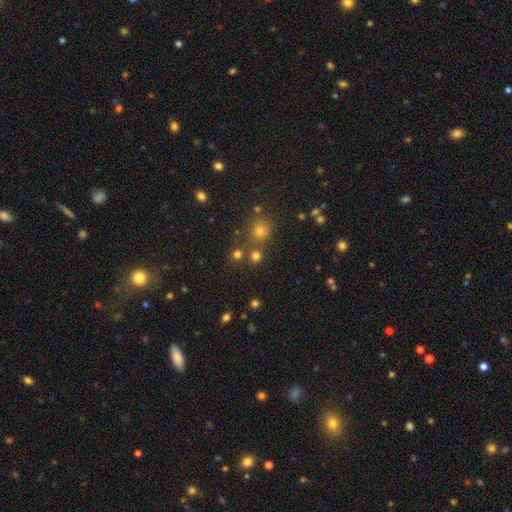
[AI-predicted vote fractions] A smooth galaxy with no disk features (72%) that is round (88%).

Vote fractions:
- Smooth or featured? smooth: 72% / star or artifact: 21% / featured or disk: 7%
- How rounded? round: 88% / in between: 11% / cigar-shaped: 1%
- Merging? none: 70% / merger: 18% / minor disturbance: 8% / major disturbance: 4%